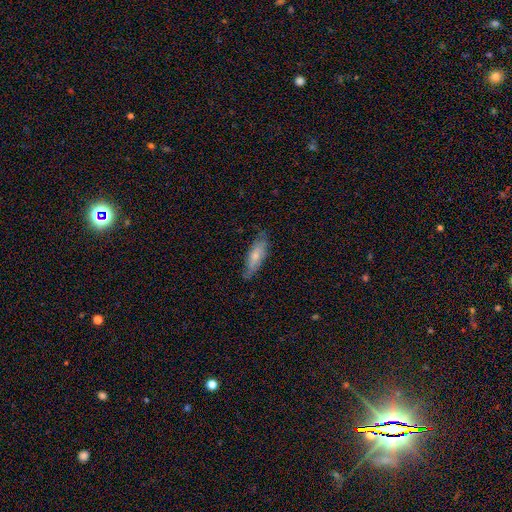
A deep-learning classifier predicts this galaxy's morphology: A smooth galaxy with no disk features (63%) that is in between round and cigar-shaped (58%). Merging: none (72%).